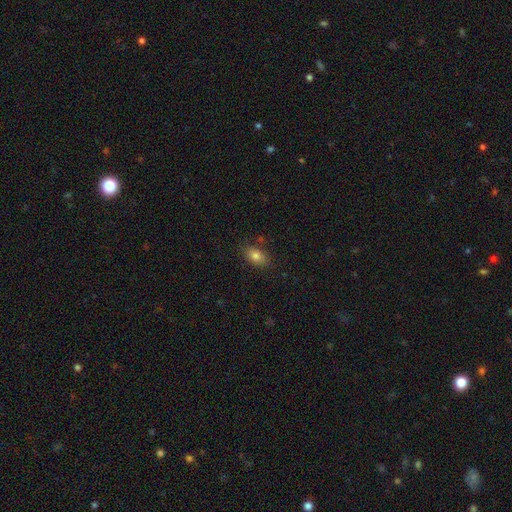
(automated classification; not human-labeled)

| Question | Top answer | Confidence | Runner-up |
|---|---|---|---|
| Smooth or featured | smooth | 80% | featured or disk (10%) |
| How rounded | in between | 87% | round (11%) |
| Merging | none | 82% | minor disturbance (13%) |